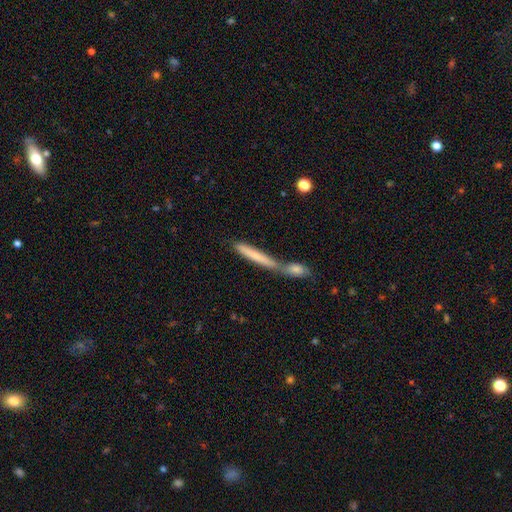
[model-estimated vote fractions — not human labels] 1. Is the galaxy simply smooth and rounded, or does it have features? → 66% smooth, 27% featured or disk, 7% star or artifact.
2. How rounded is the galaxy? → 91% cigar-shaped, 8% in between, 2% round.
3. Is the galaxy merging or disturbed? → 48% merger, 38% none, 9% minor disturbance, 5% major disturbance.